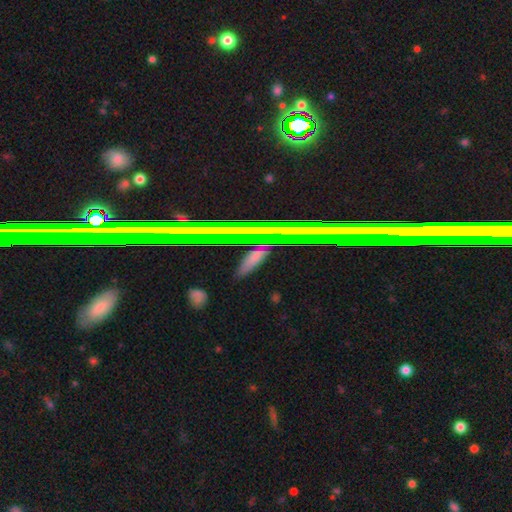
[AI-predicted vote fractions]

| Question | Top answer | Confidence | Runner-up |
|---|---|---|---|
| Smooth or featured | star or artifact | 46% | smooth (34%) |